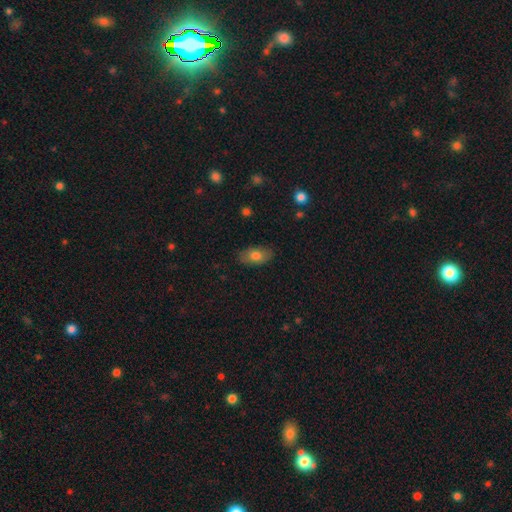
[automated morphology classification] A smooth galaxy with no disk features (75%) that is in between round and cigar-shaped (91%). Merging: none (84%).